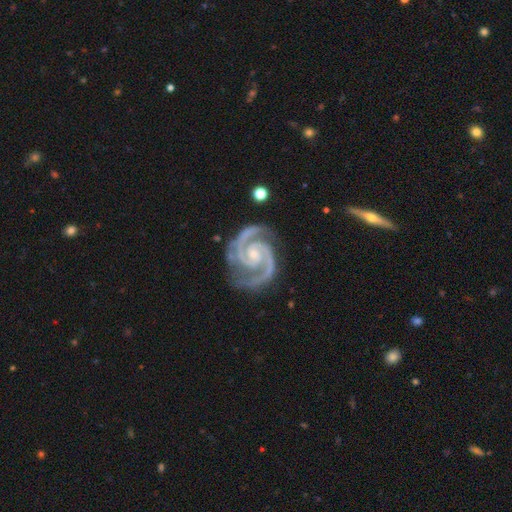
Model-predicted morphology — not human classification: Smooth or featured: featured or disk — 95% (star or artifact — 4%)
Edge-on disk: no — 98% (yes — 2%)
Bar: no — 52% (weak — 31%)
Spiral arms: yes — 99% (no — 1%)
Spiral winding: tight — 55% (medium — 41%)
Spiral arm count: 2 — 91% (3 — 4%)
Bulge size: small — 61% (moderate — 32%)
Merging: none — 79% (minor disturbance — 15%)